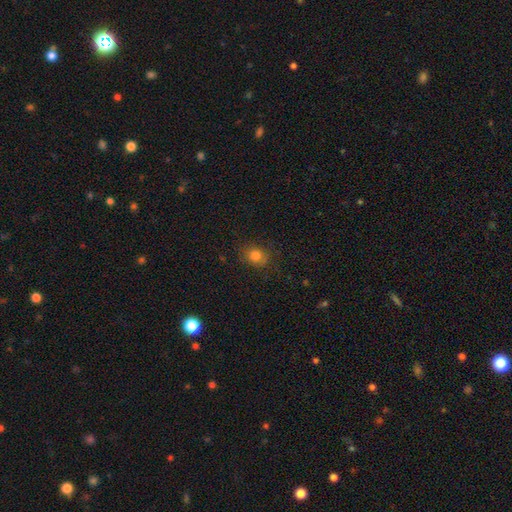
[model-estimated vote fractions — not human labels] A smooth galaxy with no disk features (80%) that is round (68%).

Vote fractions:
- Smooth or featured? smooth: 80% / star or artifact: 13% / featured or disk: 7%
- How rounded? round: 68% / in between: 32% / cigar-shaped: 1%
- Merging? none: 83% / minor disturbance: 13% / major disturbance: 4% / merger: 1%